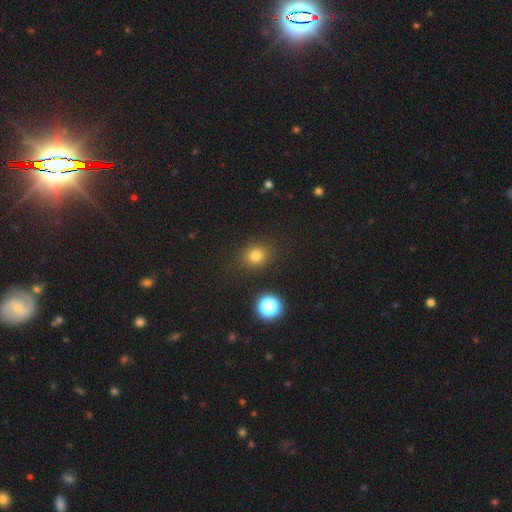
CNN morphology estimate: Smooth or featured?
  - smooth: 77% *
  - star or artifact: 17%
  - featured or disk: 6%
How rounded?
  - round: 71% *
  - in between: 28%
  - cigar-shaped: 1%
Merging?
  - none: 86% *
  - minor disturbance: 9%
  - major disturbance: 3%
  - merger: 2%